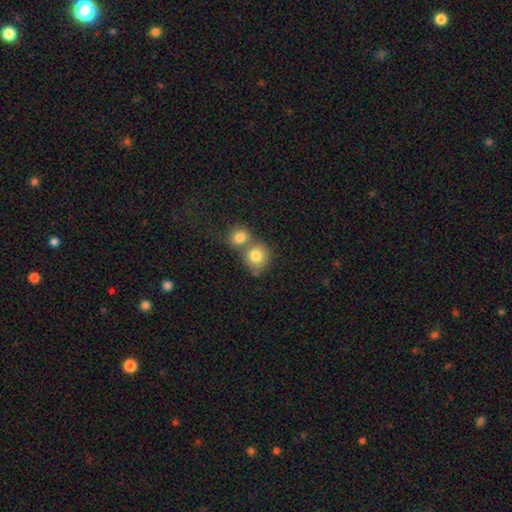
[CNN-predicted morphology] Smooth or featured?
  - smooth: 80% *
  - featured or disk: 11%
  - star or artifact: 10%
How rounded?
  - round: 82% *
  - in between: 17%
  - cigar-shaped: 1%
Merging?
  - merger: 51% *
  - none: 39%
  - minor disturbance: 7%
  - major disturbance: 3%